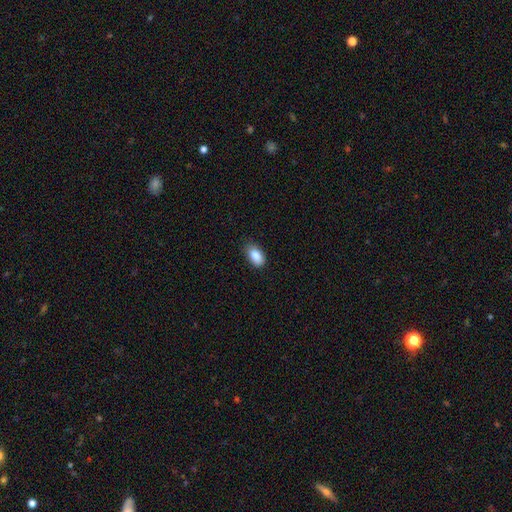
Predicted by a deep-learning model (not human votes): Morphology: type=smooth (88%); roundness=in between (92%); merging=none (78%).